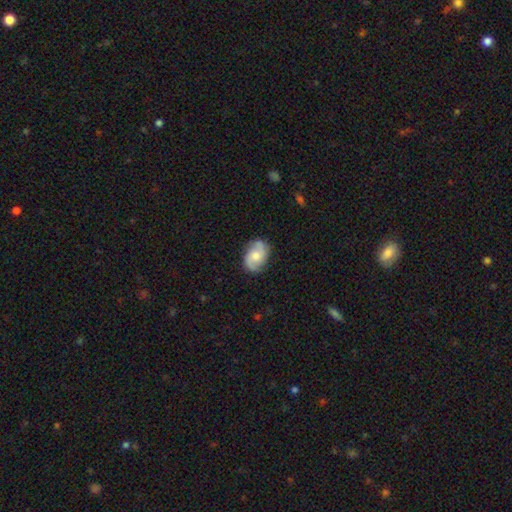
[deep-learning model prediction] A featured or disk galaxy (61%) with no bar (63%), 2 (88%) medium (45%) spiral arms (92%) and a moderate central bulge (58%). Merging: none (78%).